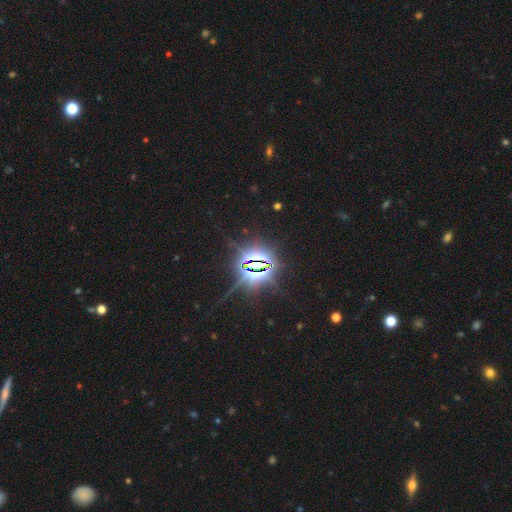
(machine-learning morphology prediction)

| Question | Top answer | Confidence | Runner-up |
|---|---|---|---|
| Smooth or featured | star or artifact | 86% | featured or disk (8%) |